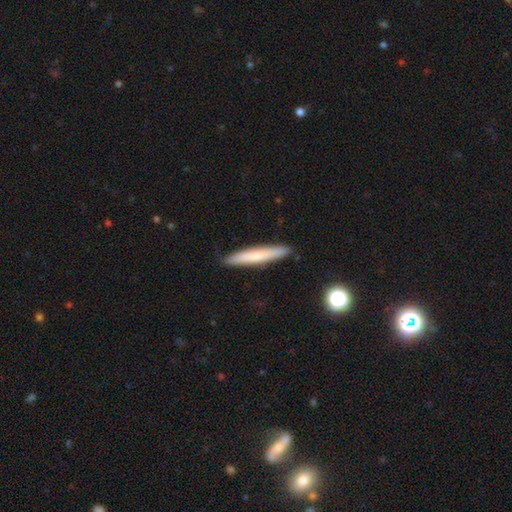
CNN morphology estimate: smooth-or-featured: smooth: 51% | featured or disk: 40% | star or artifact: 9%
  how-rounded: cigar-shaped: 95% | in between: 4% | round: 2%
  merging: none: 89% | minor disturbance: 8% | major disturbance: 2% | merger: 1%